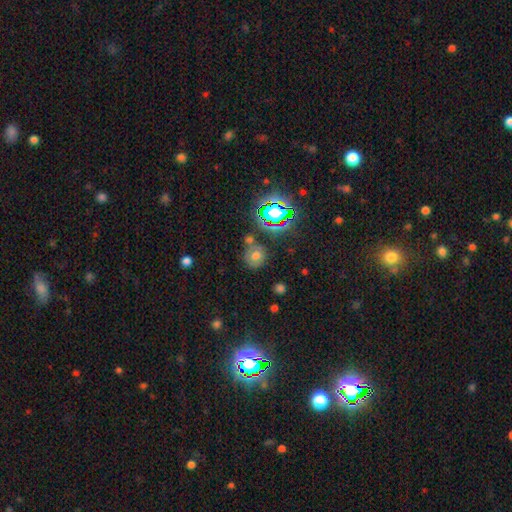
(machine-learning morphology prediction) Smooth or featured?
  - smooth: 60% *
  - star or artifact: 25%
  - featured or disk: 14%
How rounded?
  - round: 85% *
  - in between: 14%
  - cigar-shaped: 1%
Merging?
  - none: 66% *
  - merger: 16%
  - minor disturbance: 13%
  - major disturbance: 5%